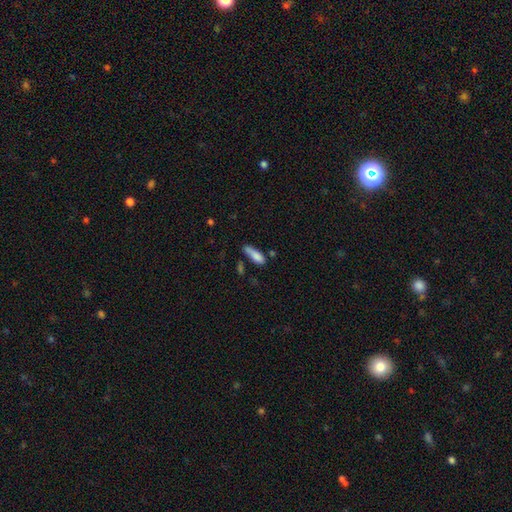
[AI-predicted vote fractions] Smooth or featured?
  - smooth: 82% *
  - featured or disk: 11%
  - star or artifact: 8%
How rounded?
  - cigar-shaped: 54% *
  - in between: 44%
  - round: 2%
Merging?
  - none: 52% *
  - minor disturbance: 27%
  - merger: 11%
  - major disturbance: 9%